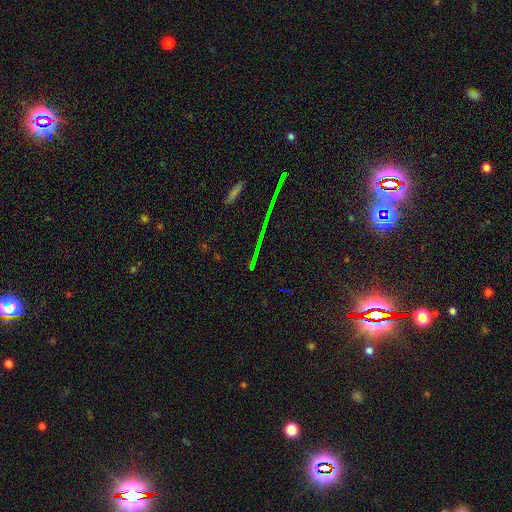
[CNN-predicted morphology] Smooth or featured: star or artifact — 77% (featured or disk — 13%)